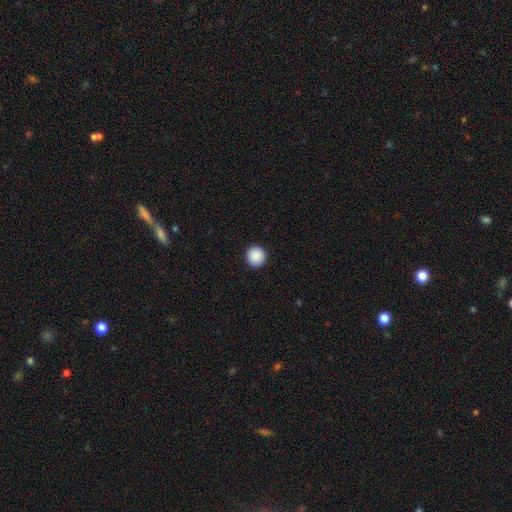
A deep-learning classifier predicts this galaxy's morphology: This appears to be a smooth galaxy with no disk features (89%) that is round (95%). Merging: none (93%).